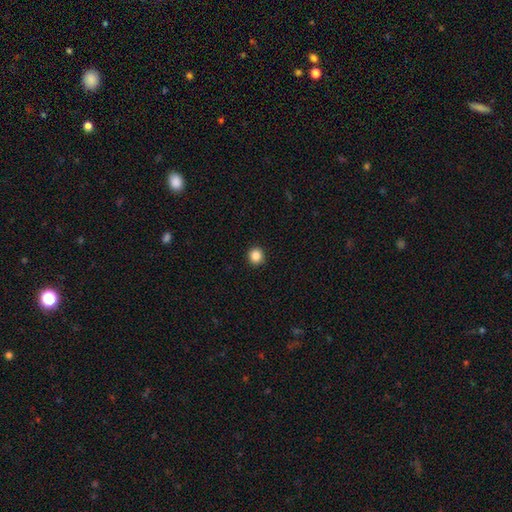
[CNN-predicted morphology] type=smooth (86%); roundness=round (92%); merging=none (93%).